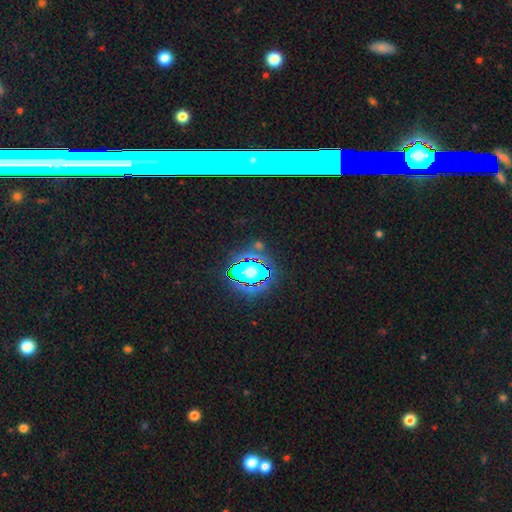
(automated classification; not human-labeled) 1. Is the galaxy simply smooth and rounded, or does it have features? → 68% star or artifact, 18% featured or disk, 13% smooth.